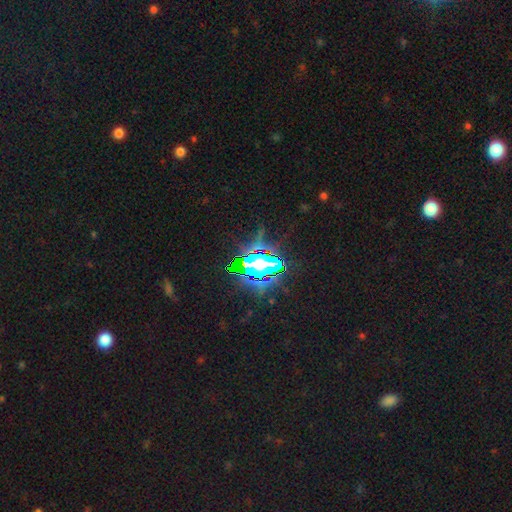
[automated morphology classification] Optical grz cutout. It shows a star or artifact, not a galaxy (81%).